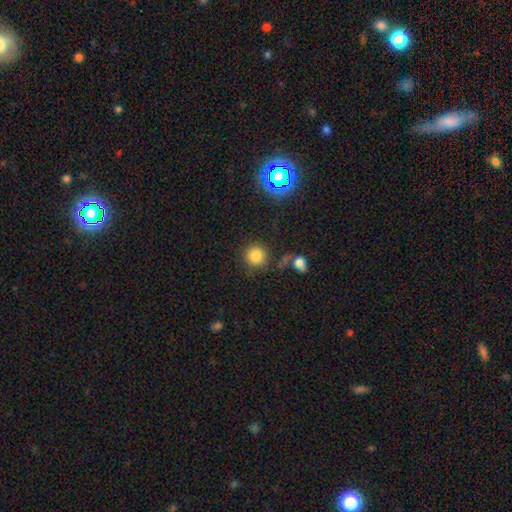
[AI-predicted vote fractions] This appears to be a smooth galaxy with no disk features (81%) that is round (92%). Merging: none (79%).